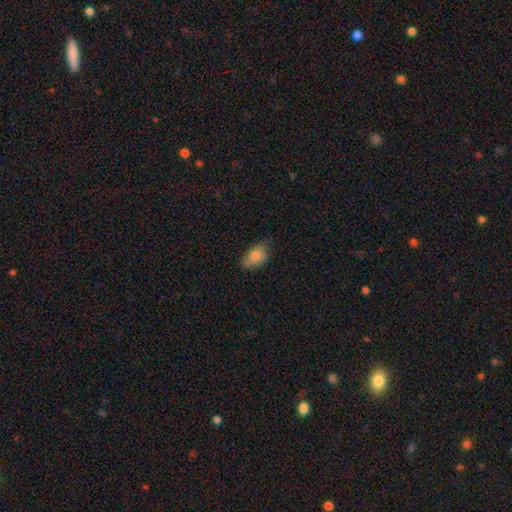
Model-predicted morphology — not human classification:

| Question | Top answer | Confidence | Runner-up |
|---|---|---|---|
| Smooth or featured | smooth | 83% | featured or disk (9%) |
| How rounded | in between | 90% | round (8%) |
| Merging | none | 65% | minor disturbance (29%) |